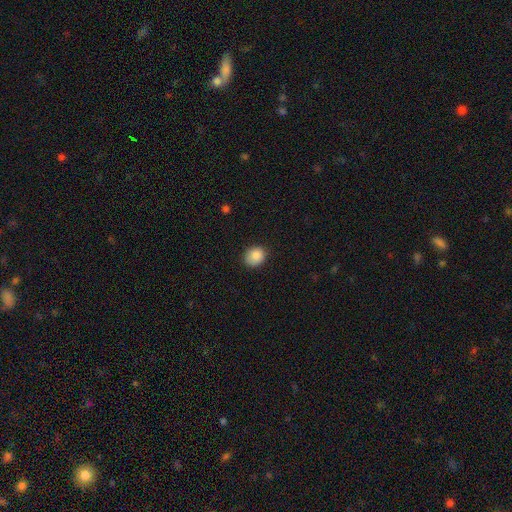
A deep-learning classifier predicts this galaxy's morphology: Smooth or featured: smooth — 86% (star or artifact — 9%)
How rounded: round — 70% (in between — 29%)
Merging: none — 82% (minor disturbance — 15%)